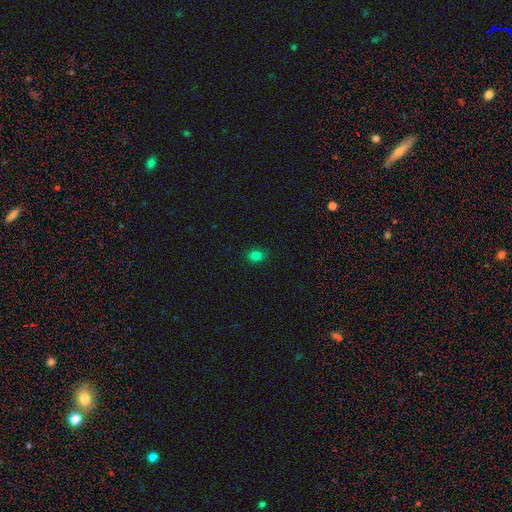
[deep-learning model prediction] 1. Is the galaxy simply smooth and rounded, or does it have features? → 80% smooth, 16% star or artifact, 4% featured or disk.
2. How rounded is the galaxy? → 60% round, 39% in between, 1% cigar-shaped.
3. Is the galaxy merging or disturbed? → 86% none, 10% minor disturbance, 2% major disturbance, 1% merger.